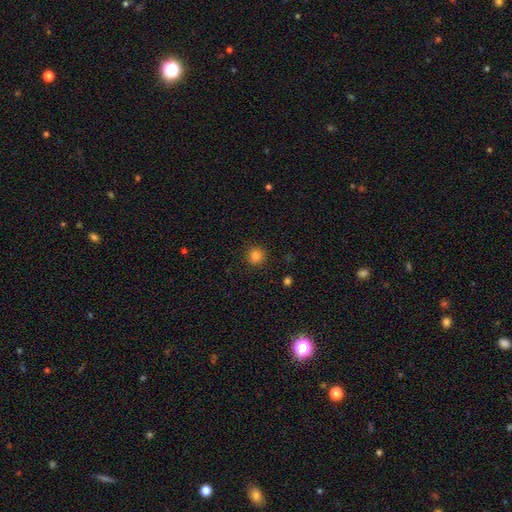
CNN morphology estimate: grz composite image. It shows a smooth galaxy with no disk features (84%) that is round (93%). Merging: none (90%).